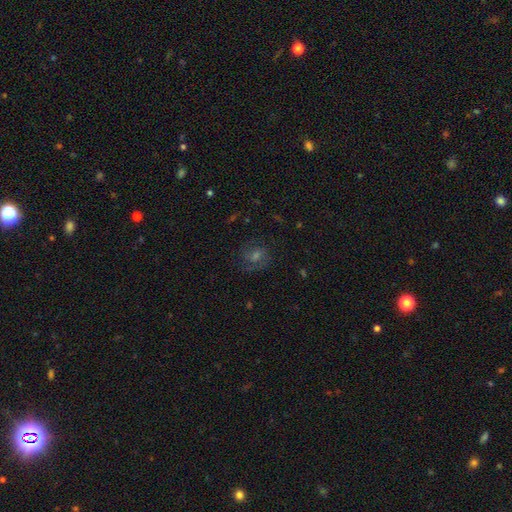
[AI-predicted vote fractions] A featured or disk galaxy (48%).

Vote fractions:
- Smooth or featured? featured or disk: 48% / smooth: 27% / star or artifact: 25%
- Merging? none: 76% / minor disturbance: 14% / major disturbance: 8% / merger: 2%